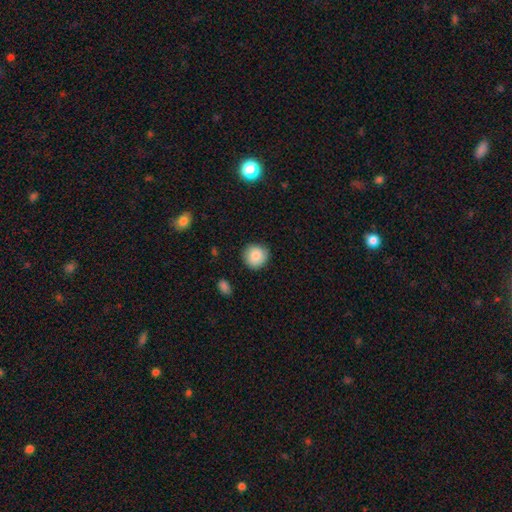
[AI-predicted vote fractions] A smooth galaxy with no disk features (86%) that is round (92%).

Vote fractions:
- Smooth or featured? smooth: 86% / star or artifact: 8% / featured or disk: 6%
- How rounded? round: 92% / in between: 7% / cigar-shaped: 1%
- Merging? none: 86% / minor disturbance: 10% / major disturbance: 2% / merger: 1%